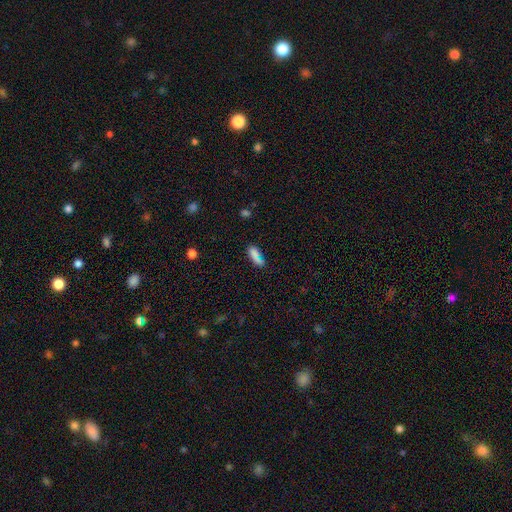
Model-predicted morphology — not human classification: This appears to be a smooth galaxy with no disk features (77%) that is in between round and cigar-shaped (66%). Merging: none (51%).